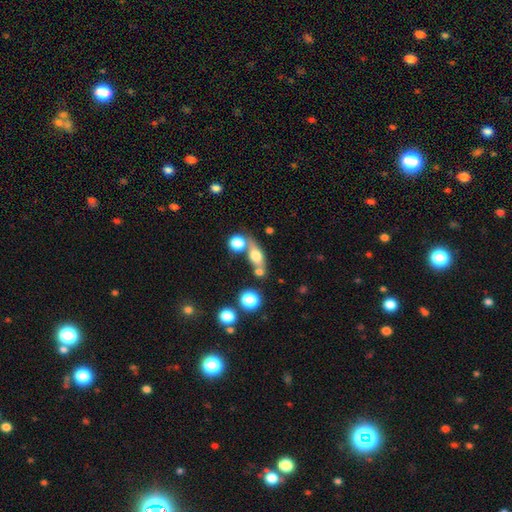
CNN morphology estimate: smooth 60%, featured or disk 29%, star or artifact 11%. Down the decision tree: how rounded — in between (54%); merging — none (51%).